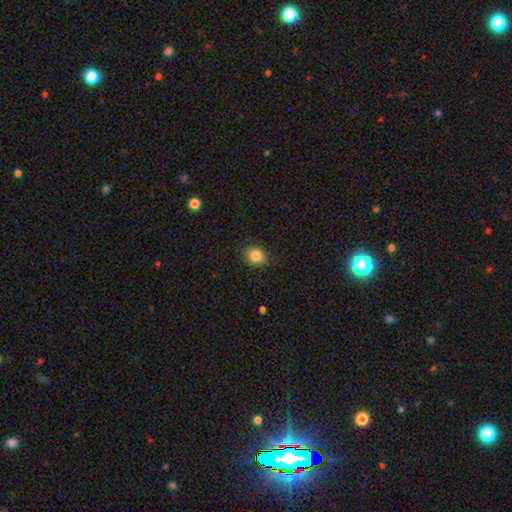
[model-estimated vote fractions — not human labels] smooth-or-featured: smooth: 85% | star or artifact: 10% | featured or disk: 5%
  how-rounded: round: 61% | in between: 38% | cigar-shaped: 1%
  merging: none: 86% | minor disturbance: 11% | major disturbance: 2% | merger: 1%